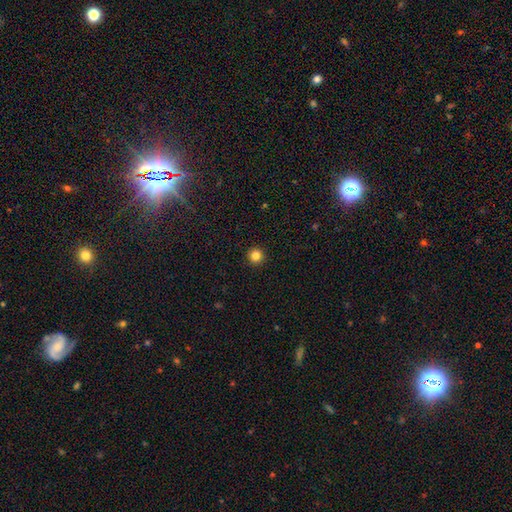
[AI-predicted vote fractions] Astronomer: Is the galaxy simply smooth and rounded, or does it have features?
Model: smooth — 83%.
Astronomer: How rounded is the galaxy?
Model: round — 96%.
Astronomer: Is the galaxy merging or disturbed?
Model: none — 94%.